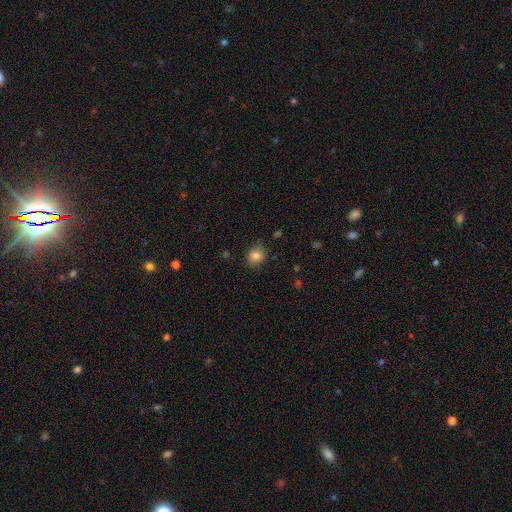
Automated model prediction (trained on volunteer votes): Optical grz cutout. It shows a smooth galaxy with no disk features (83%) that is round (72%). Merging: none (79%).